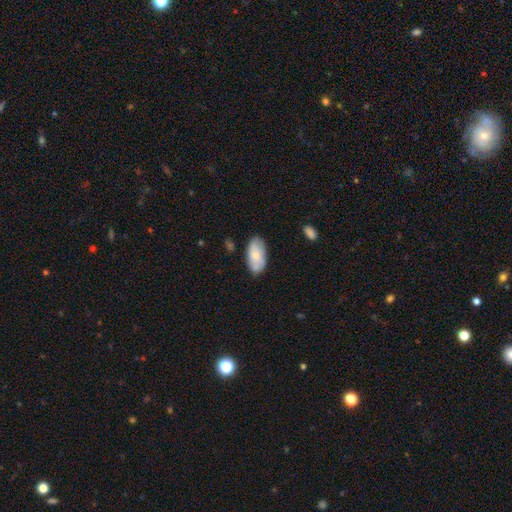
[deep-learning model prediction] This is likely a smooth galaxy (73%). How rounded: clearly in between (93%). Merging: likely none (72%).